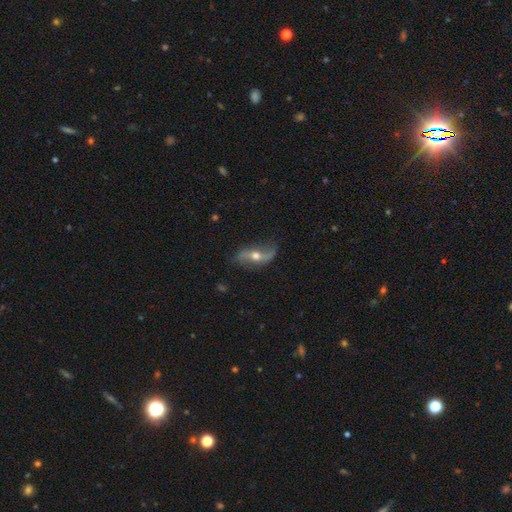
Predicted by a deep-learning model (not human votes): A featured or disk galaxy (79%) with no bar (44%), 2 (91%) loose (86%) spiral arms (90%) and a moderate central bulge (69%).

Vote fractions:
- Smooth or featured? featured or disk: 79% / smooth: 14% / star or artifact: 7%
- Edge-on disk? no: 86% / yes: 14%
- Bar? no: 44% / weak: 29% / strong: 26%
- Spiral arms? yes: 90% / no: 10%
- Spiral winding? loose: 86% / medium: 10% / tight: 4%
- Spiral arm count? 2: 91% / 1: 4% / can't tell: 3% / 3: 1% / 4: 1% / more than 4: 1%
- Bulge size? moderate: 69% / small: 23% / large: 5% / none: 1% / dominant: 1%
- Merging? none: 74% / minor disturbance: 17% / major disturbance: 6% / merger: 2%